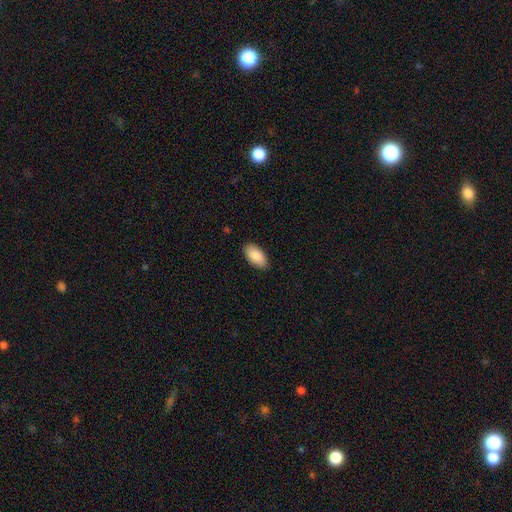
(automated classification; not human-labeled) A smooth galaxy with no disk features (89%) that is in between round and cigar-shaped (95%). Merging: none (87%).